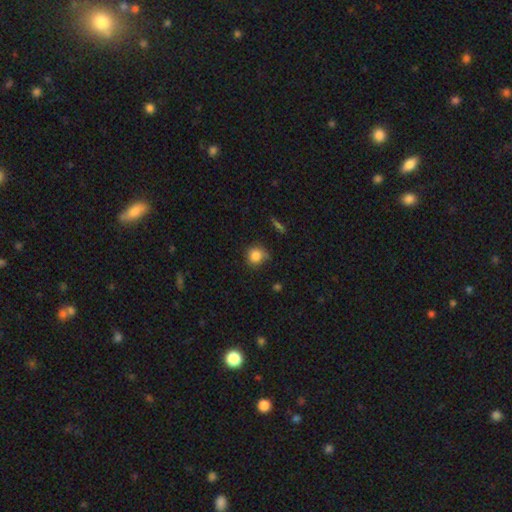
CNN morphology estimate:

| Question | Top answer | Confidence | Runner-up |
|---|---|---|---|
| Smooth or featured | smooth | 84% | star or artifact (11%) |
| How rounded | round | 88% | in between (11%) |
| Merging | none | 68% | minor disturbance (24%) |